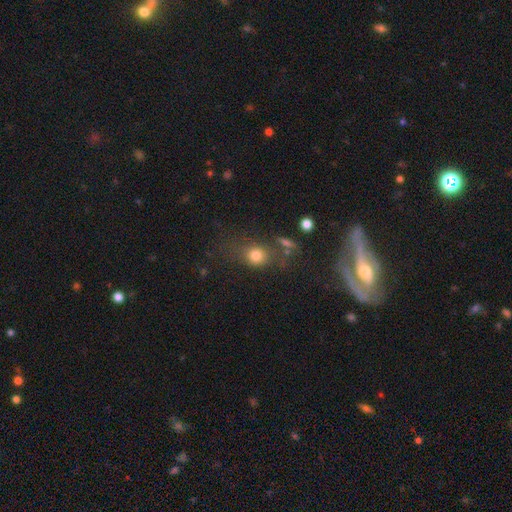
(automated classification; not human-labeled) A smooth galaxy with no disk features (77%) that is round (60%). Merging: none (60%).